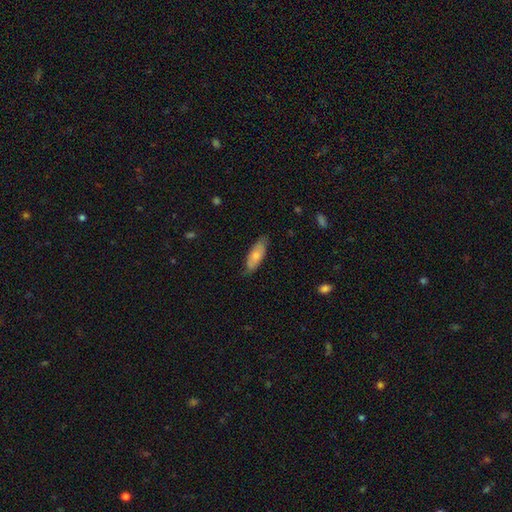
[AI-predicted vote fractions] smooth 70%, featured or disk 24%, star or artifact 5%. Down the decision tree: how rounded — in between (71%); merging — none (75%).